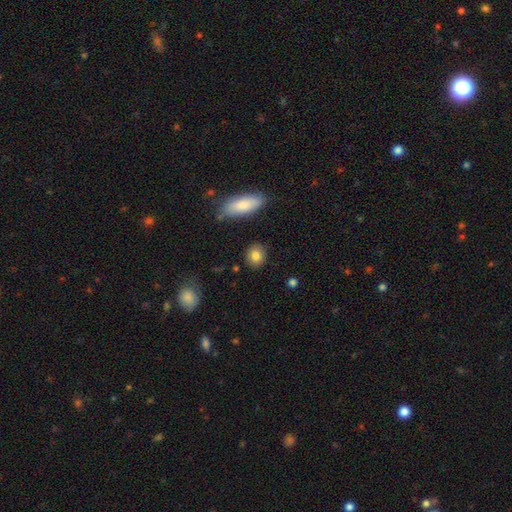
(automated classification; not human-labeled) Morphology: type=smooth (84%); roundness=round (63%); merging=none (87%).